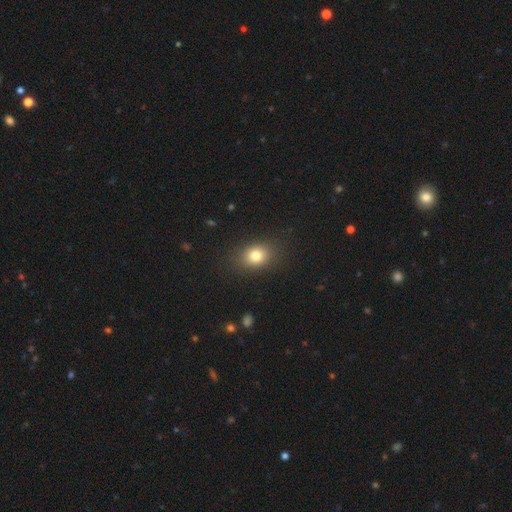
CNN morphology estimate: A smooth galaxy with no disk features (79%) that is in between round and cigar-shaped (62%). Merging: none (85%).